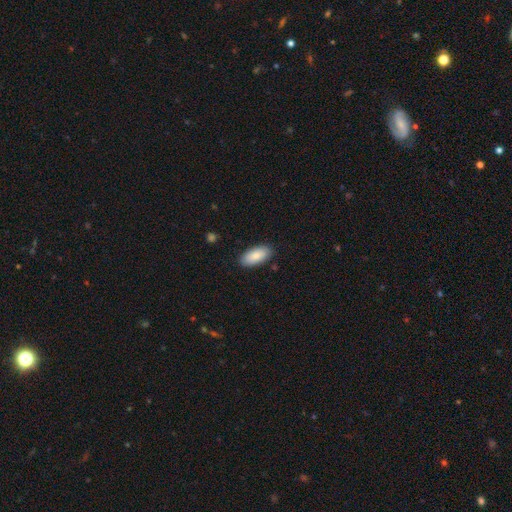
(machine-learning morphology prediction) Q: Smooth or featured?
A: smooth (86%); runner-up: featured or disk (8%)
Q: How rounded?
A: in between (92%); runner-up: cigar-shaped (6%)
Q: Merging?
A: none (87%); runner-up: minor disturbance (10%)